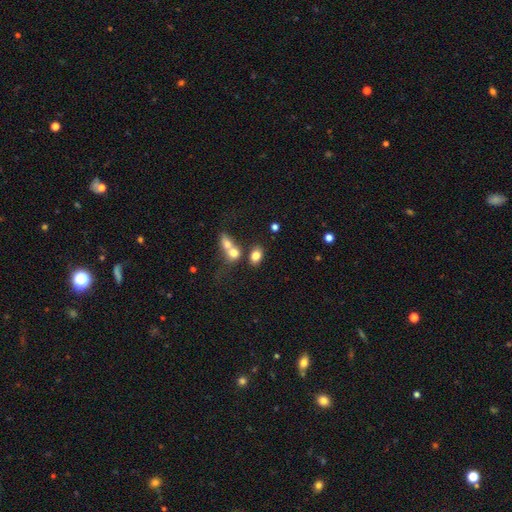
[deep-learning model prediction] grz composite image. It shows a smooth galaxy with no disk features (79%) that is in between round and cigar-shaped (72%). Merging: none (47%).